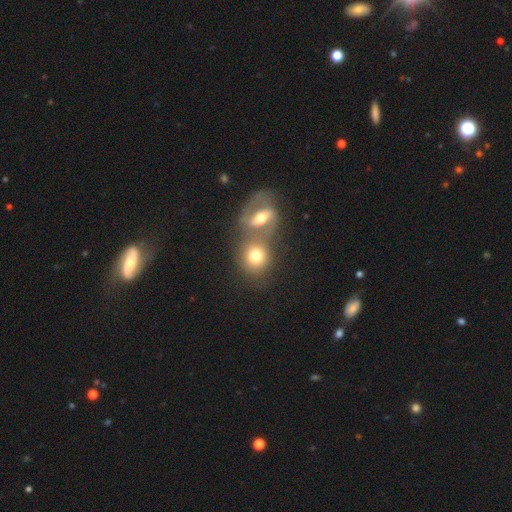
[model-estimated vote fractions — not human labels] smooth-or-featured: smooth: 64% | featured or disk: 27% | star or artifact: 8%
  how-rounded: round: 69% | in between: 30% | cigar-shaped: 1%
  merging: merger: 54% | none: 34% | minor disturbance: 8% | major disturbance: 4%